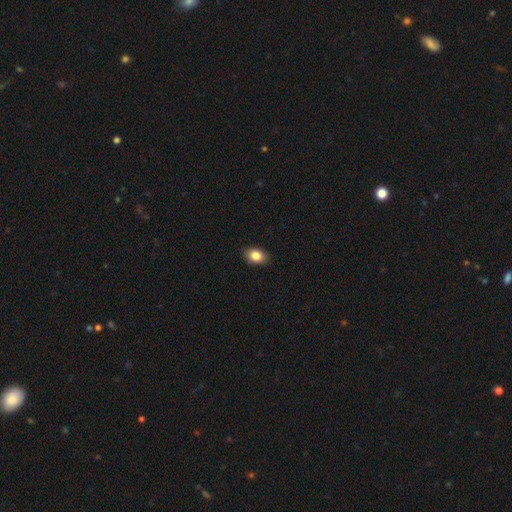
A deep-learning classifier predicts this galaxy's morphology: type=smooth (85%); roundness=in between (74%); merging=none (88%).